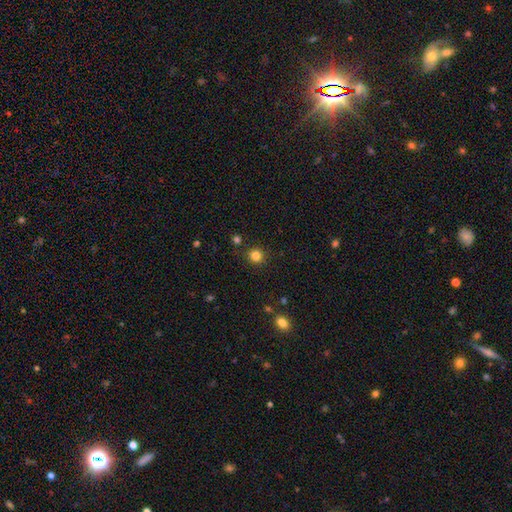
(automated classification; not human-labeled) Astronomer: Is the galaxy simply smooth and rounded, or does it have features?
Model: smooth — 82%.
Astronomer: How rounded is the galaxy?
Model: round — 94%.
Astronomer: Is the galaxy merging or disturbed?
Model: none — 90%.